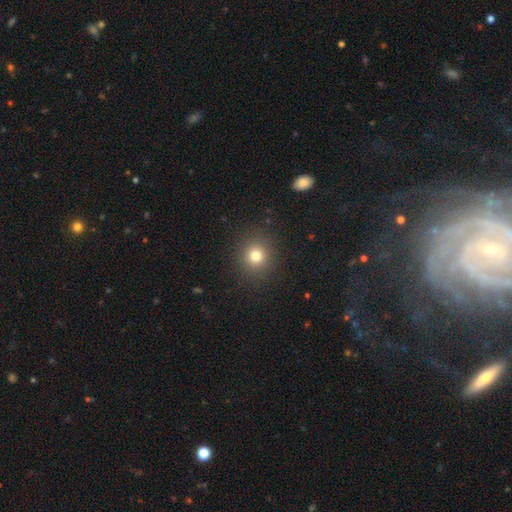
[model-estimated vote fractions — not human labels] A smooth galaxy with no disk features (78%) that is round (88%).

Vote fractions:
- Smooth or featured? smooth: 78% / star or artifact: 15% / featured or disk: 8%
- How rounded? round: 88% / in between: 11% / cigar-shaped: 1%
- Merging? none: 90% / minor disturbance: 6% / major disturbance: 3% / merger: 1%